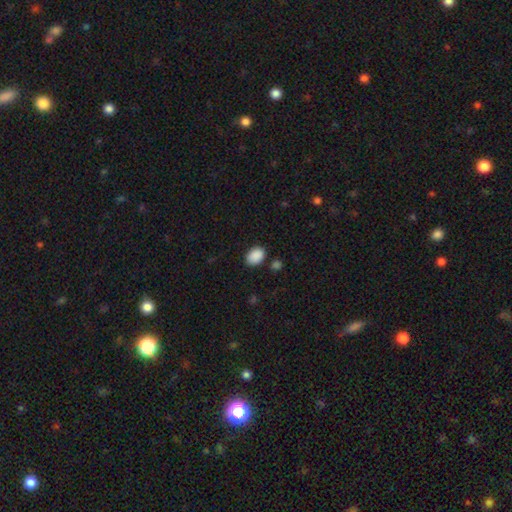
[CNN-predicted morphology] Smooth or featured? Predicted: smooth (p=0.89). How rounded? Predicted: in between (p=0.75). Merging? Predicted: none (p=0.82).